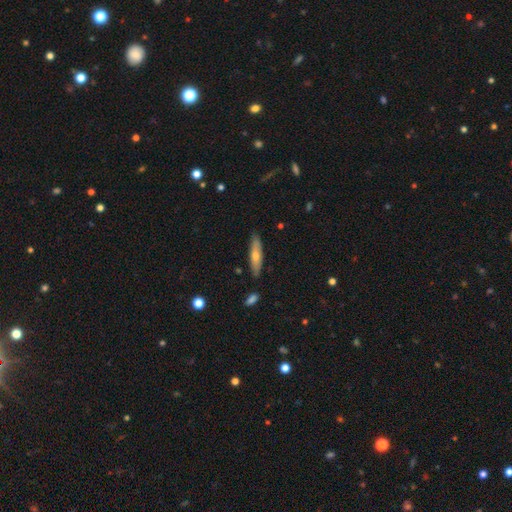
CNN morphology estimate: Smooth or featured? Predicted: smooth (p=0.61). How rounded? Predicted: cigar-shaped (p=0.72). Merging? Predicted: none (p=0.84).